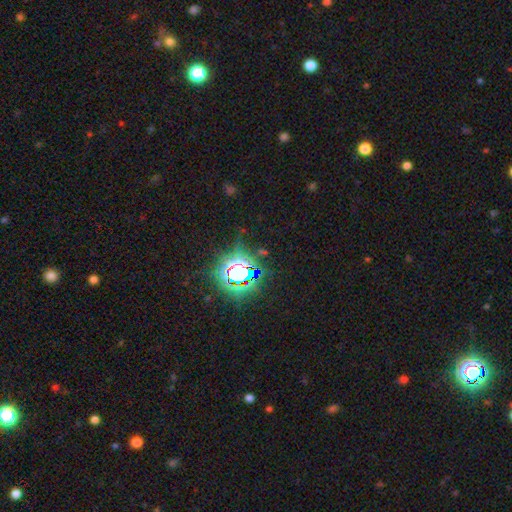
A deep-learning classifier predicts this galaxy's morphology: This is clearly a star or artifact rather than a galaxy (83%).